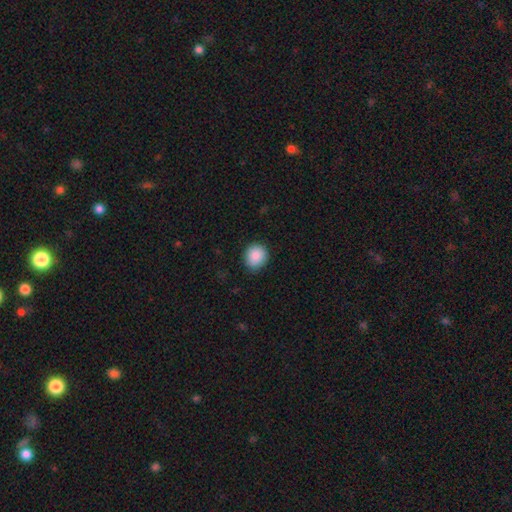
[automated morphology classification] This is clearly a smooth galaxy (89%). How rounded: clearly round (83%). Merging: clearly none (88%).